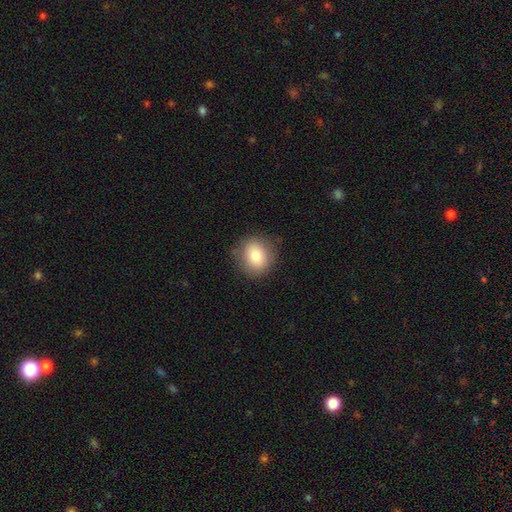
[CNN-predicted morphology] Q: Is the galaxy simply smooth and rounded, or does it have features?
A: smooth — 81%.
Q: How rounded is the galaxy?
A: round — 72%.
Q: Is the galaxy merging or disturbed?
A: none — 84%.